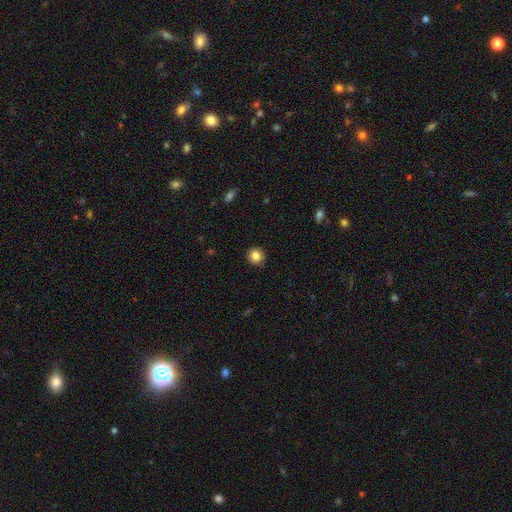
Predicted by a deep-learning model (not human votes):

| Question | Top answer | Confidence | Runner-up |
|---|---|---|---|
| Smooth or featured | smooth | 84% | star or artifact (10%) |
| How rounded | round | 91% | in between (8%) |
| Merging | none | 91% | minor disturbance (7%) |